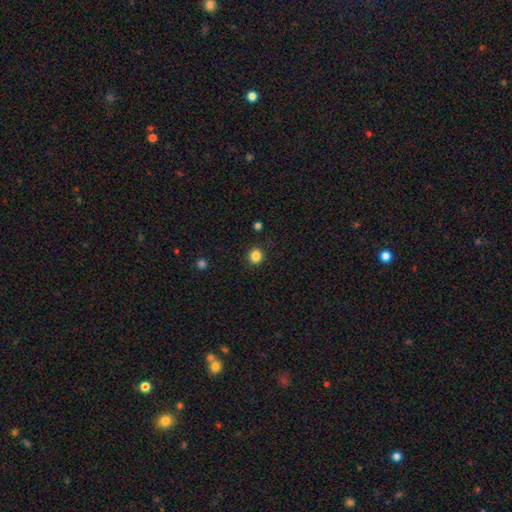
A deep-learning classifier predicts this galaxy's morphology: This appears to be a smooth galaxy with no disk features (84%) that is round (84%). Merging: none (91%).